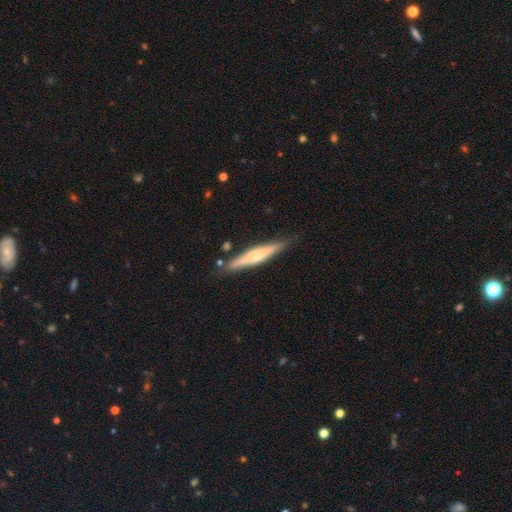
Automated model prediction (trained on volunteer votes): The model was most divided on "smooth or featured": featured or disk: 58%, smooth: 36%, star or artifact: 6%. More confident: edge-on disk — yes (94%); merging — none (83%); edge-on bulge — rounded (61%).